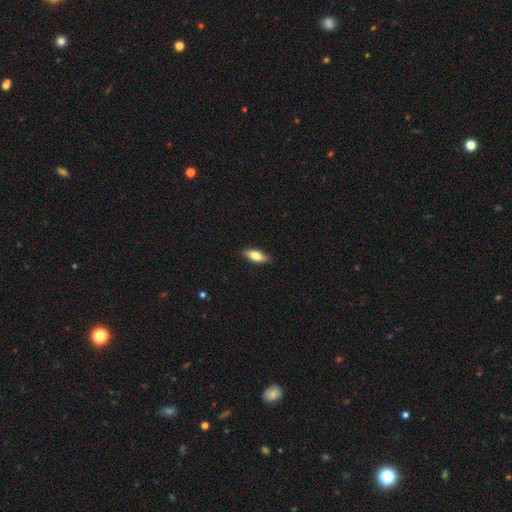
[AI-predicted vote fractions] smooth 75%, featured or disk 19%, star or artifact 6%. Down the decision tree: how rounded — in between (76%); merging — none (87%).